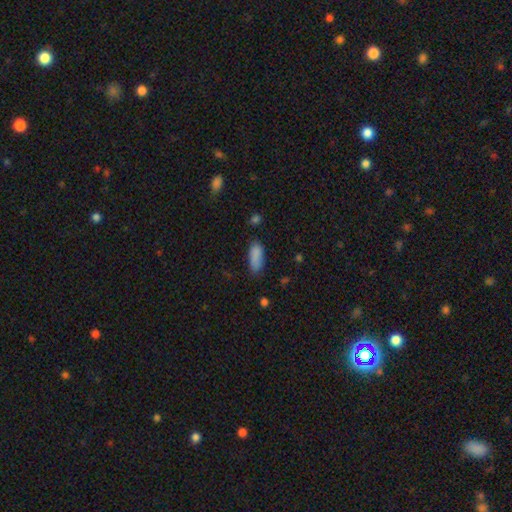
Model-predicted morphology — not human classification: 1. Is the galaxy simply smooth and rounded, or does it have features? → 86% smooth, 8% star or artifact, 6% featured or disk.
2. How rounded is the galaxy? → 81% in between, 17% cigar-shaped, 2% round.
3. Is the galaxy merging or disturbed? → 68% none, 23% minor disturbance, 6% major disturbance, 3% merger.